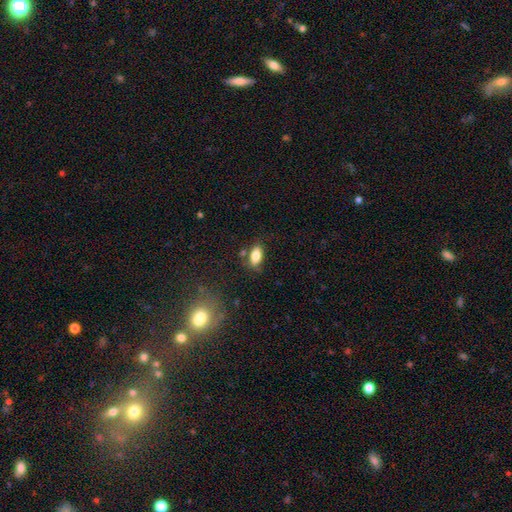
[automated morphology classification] smooth-or-featured: smooth: 83% | featured or disk: 9% | star or artifact: 8%
  how-rounded: in between: 89% | cigar-shaped: 6% | round: 4%
  merging: none: 74% | minor disturbance: 15% | merger: 7% | major disturbance: 4%